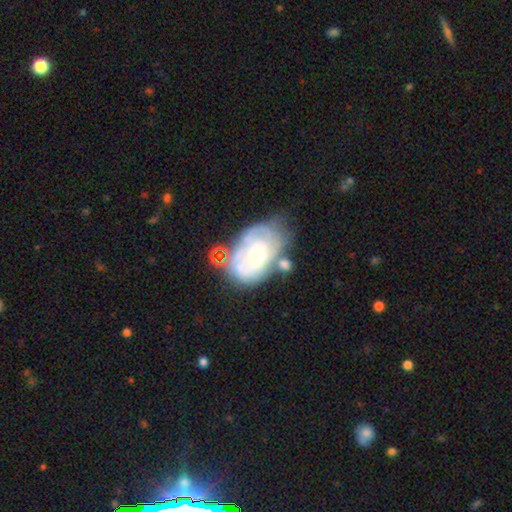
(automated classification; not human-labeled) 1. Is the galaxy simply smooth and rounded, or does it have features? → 72% featured or disk, 21% smooth, 7% star or artifact.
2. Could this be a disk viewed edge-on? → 96% no, 4% yes.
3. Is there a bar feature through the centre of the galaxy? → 73% no, 22% weak, 5% strong.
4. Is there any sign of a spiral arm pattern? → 66% yes, 34% no.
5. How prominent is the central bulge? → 65% moderate, 26% small, 7% large, 2% none, 1% dominant.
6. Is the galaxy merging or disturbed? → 43% none, 26% minor disturbance, 17% major disturbance, 14% merger.